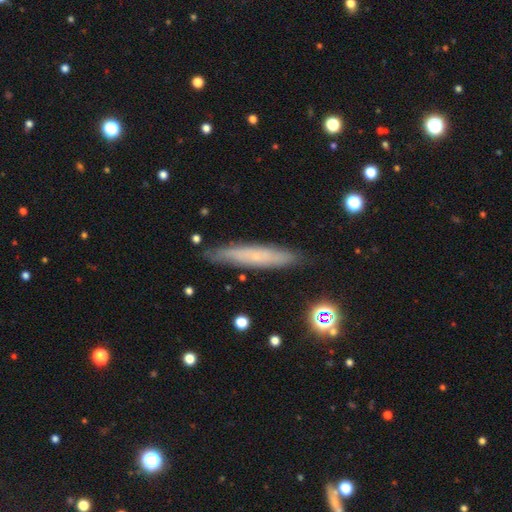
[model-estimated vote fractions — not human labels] Smooth or featured? Predicted: smooth (p=0.50). How rounded? Predicted: cigar-shaped (p=0.91). Merging? Predicted: none (p=0.86).